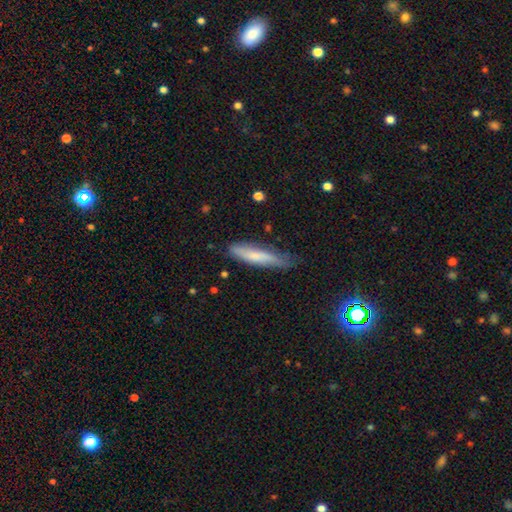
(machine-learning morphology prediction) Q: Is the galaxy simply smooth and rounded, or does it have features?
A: smooth — 70%.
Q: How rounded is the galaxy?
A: cigar-shaped — 83%.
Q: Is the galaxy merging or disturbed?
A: none — 66%.